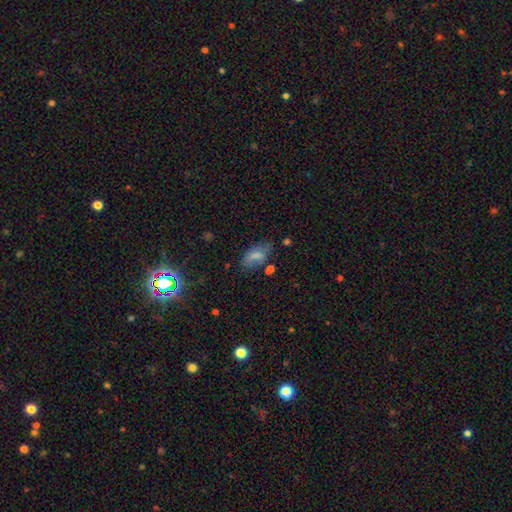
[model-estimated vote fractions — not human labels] smooth_or_featured: smooth (p=0.69) [alt: featured or disk p=0.20]
how_rounded: in between (p=0.91) [alt: cigar-shaped p=0.05]
merging: none (p=0.56) [alt: minor disturbance p=0.27]